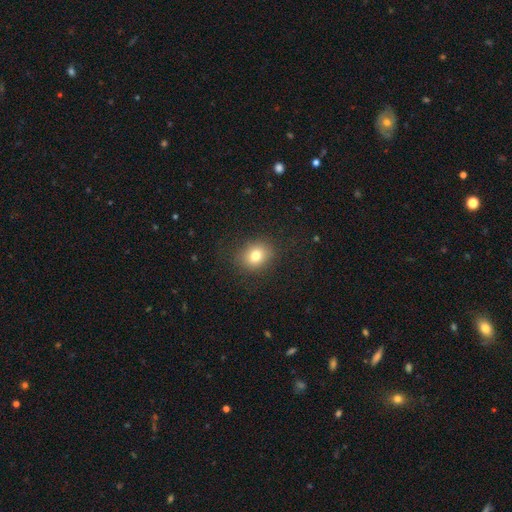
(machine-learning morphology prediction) A smooth galaxy with no disk features (78%) that is round (61%). Merging: none (85%).